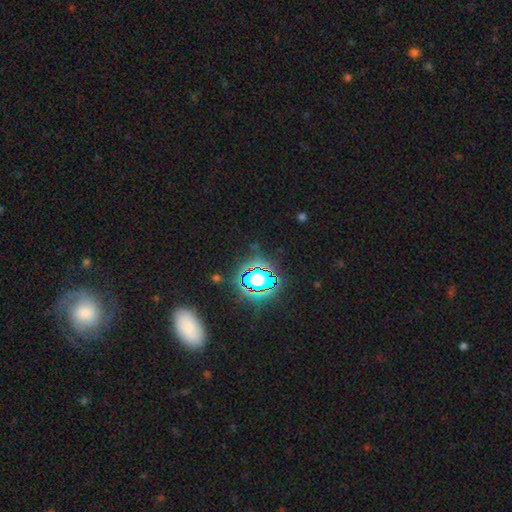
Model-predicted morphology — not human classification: smooth_or_featured: star or artifact (p=0.73) [alt: smooth p=0.17]